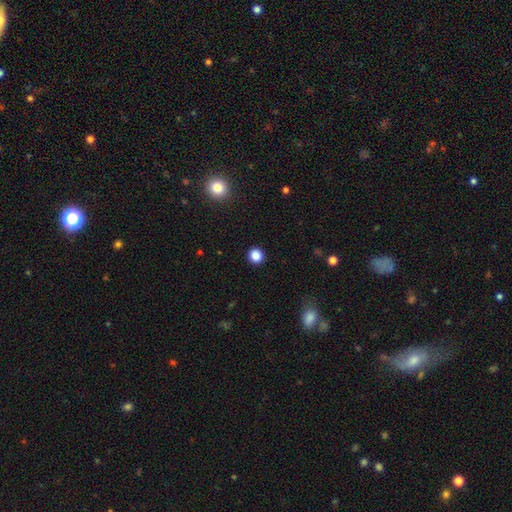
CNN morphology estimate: Smooth or featured: smooth — 86% (star or artifact — 11%)
How rounded: round — 88% (in between — 11%)
Merging: none — 92% (minor disturbance — 5%)